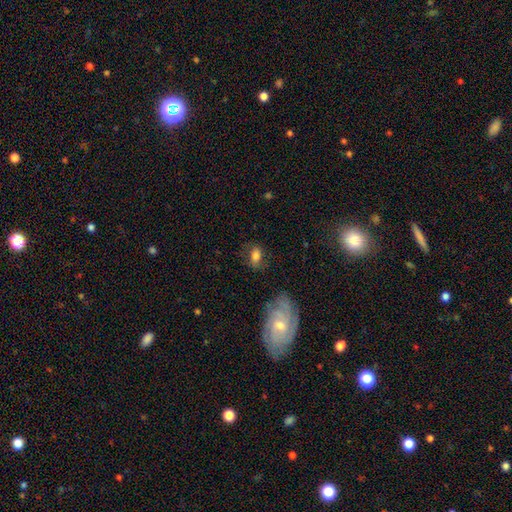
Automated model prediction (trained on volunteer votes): smooth-or-featured: smooth: 73% | featured or disk: 17% | star or artifact: 10%
  how-rounded: in between: 81% | round: 15% | cigar-shaped: 3%
  merging: none: 68% | minor disturbance: 20% | major disturbance: 10% | merger: 3%